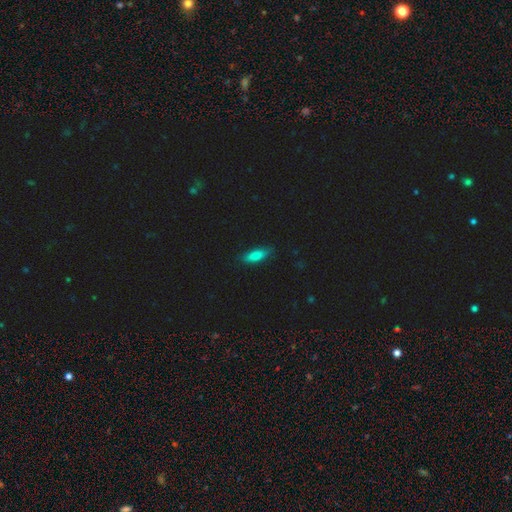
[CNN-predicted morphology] Overall: smooth (78%). How rounded: in between (56%; cigar-shaped 42%). Merging: none (81%).